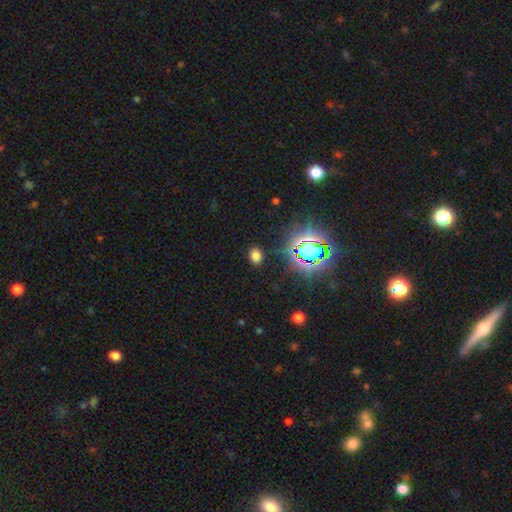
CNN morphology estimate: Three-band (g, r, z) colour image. It shows a smooth galaxy with no disk features (67%) that is in between round and cigar-shaped (59%). Merging: none (87%).